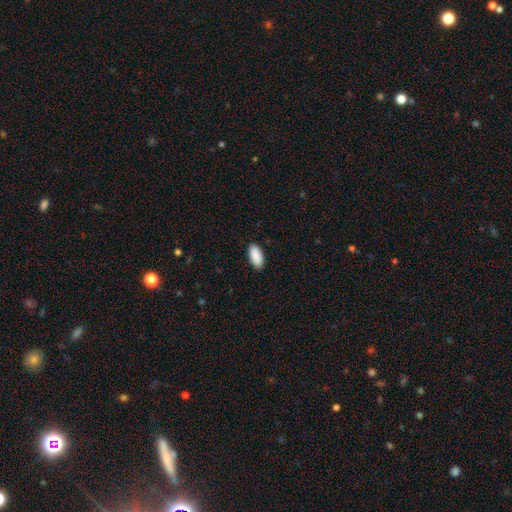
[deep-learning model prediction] The model was most divided on "merging": none: 88%, minor disturbance: 9%, major disturbance: 2%, merger: 1%. More confident: how rounded — in between (92%); smooth or featured — smooth (91%).